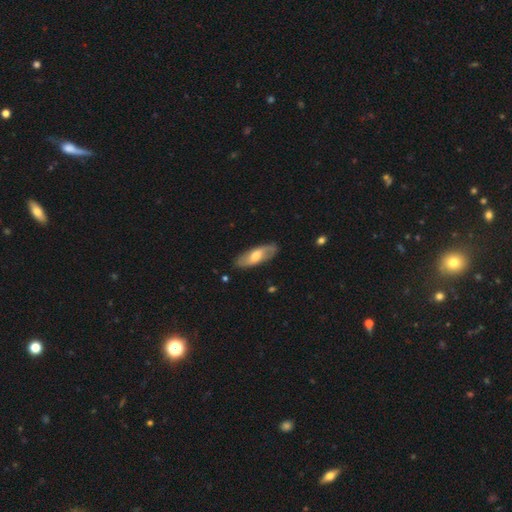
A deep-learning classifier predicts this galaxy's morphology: Q: Smooth or featured?
A: featured or disk (48%); runner-up: smooth (47%)
Q: Merging?
A: none (85%); runner-up: minor disturbance (11%)